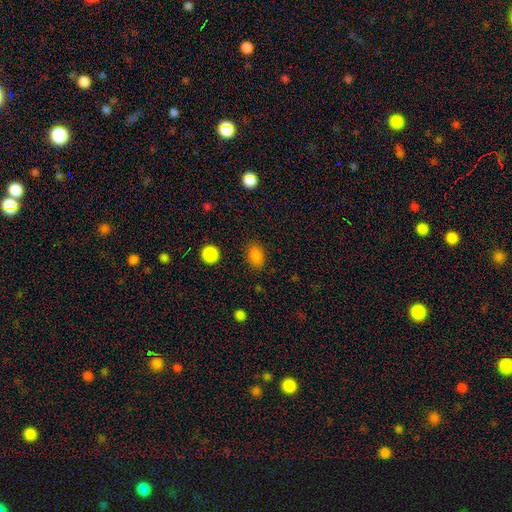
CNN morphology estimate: This appears to be a smooth galaxy with no disk features (85%) that is in between round and cigar-shaped (81%). Merging: none (85%).